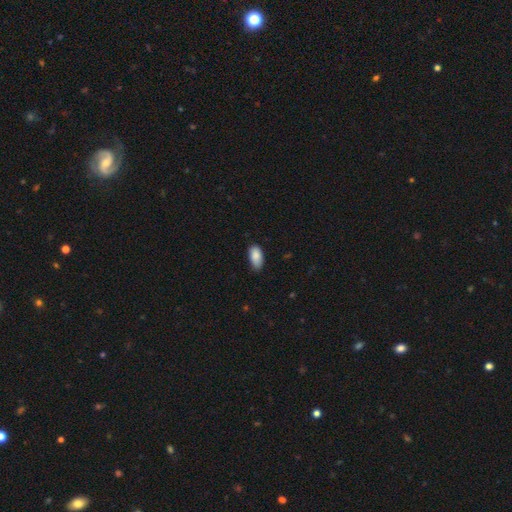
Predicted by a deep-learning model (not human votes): A smooth galaxy with no disk features (88%) that is in between round and cigar-shaped (93%).

Vote fractions:
- Smooth or featured? smooth: 88% / star or artifact: 7% / featured or disk: 5%
- How rounded? in between: 93% / cigar-shaped: 5% / round: 2%
- Merging? none: 71% / minor disturbance: 25% / major disturbance: 3% / merger: 1%